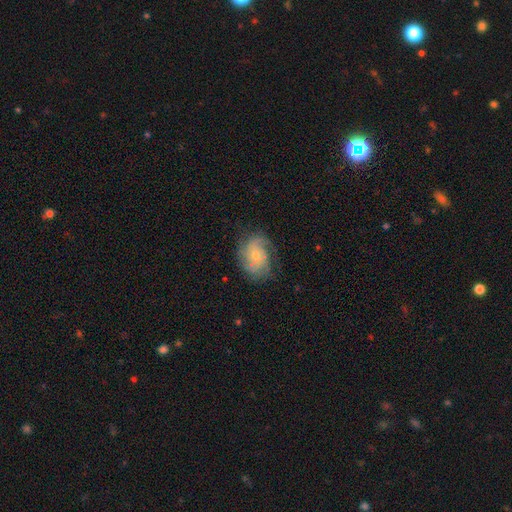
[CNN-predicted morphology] Smooth or featured: featured or disk — 71% (smooth — 21%)
Edge-on disk: no — 97% (yes — 3%)
Bar: no — 78% (weak — 20%)
Spiral arms: yes — 91% (no — 9%)
Spiral winding: tight — 45% (medium — 38%)
Spiral arm count: can't tell — 34% (3 — 21%)
Bulge size: small — 70% (moderate — 25%)
Merging: none — 70% (minor disturbance — 20%)